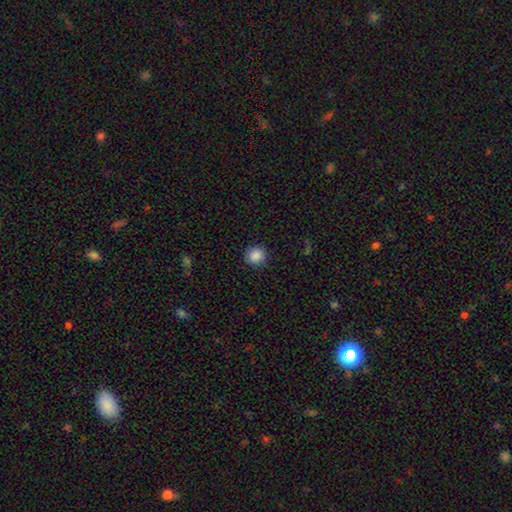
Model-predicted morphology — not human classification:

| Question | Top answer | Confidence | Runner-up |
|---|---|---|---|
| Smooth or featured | smooth | 88% | star or artifact (10%) |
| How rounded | round | 91% | in between (8%) |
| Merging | none | 90% | minor disturbance (7%) |